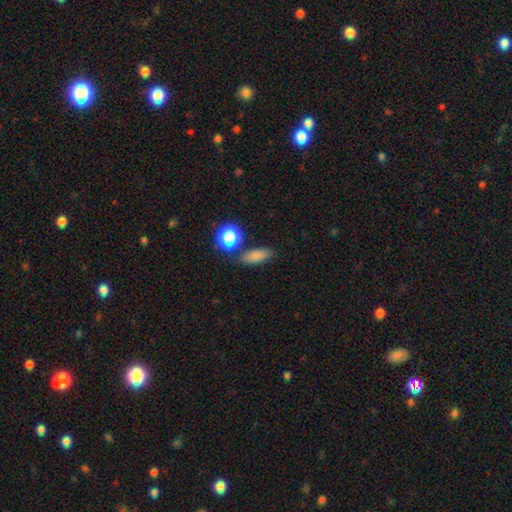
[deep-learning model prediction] This is likely a smooth galaxy (80%). How rounded: possibly in between (60%). Merging: likely none (78%).